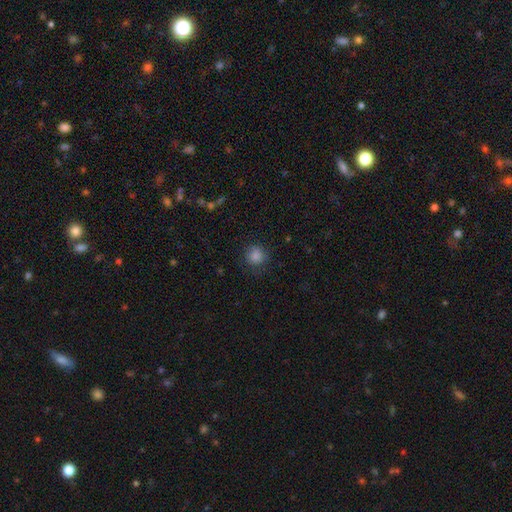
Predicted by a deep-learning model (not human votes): This appears to be a smooth galaxy with no disk features (84%) that is round (92%). Merging: none (85%).